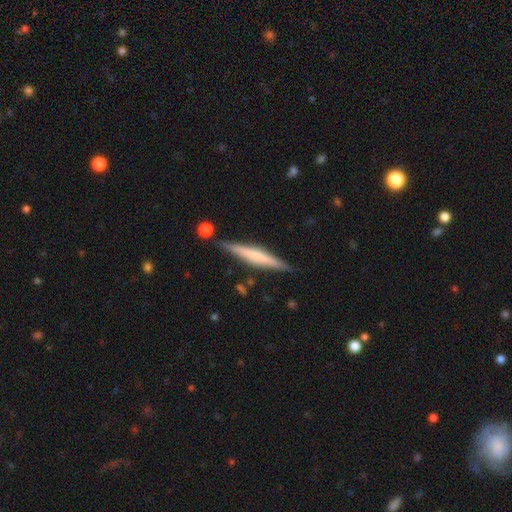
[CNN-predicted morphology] A featured or disk galaxy (52%) viewed edge-on (97%) with no central bulge (45%).

Vote fractions:
- Smooth or featured? featured or disk: 52% / smooth: 42% / star or artifact: 6%
- Edge-on disk? yes: 97% / no: 3%
- Edge-on bulge? none: 45% / rounded: 33% / boxy: 22%
- Merging? none: 86% / minor disturbance: 9% / merger: 2% / major disturbance: 2%